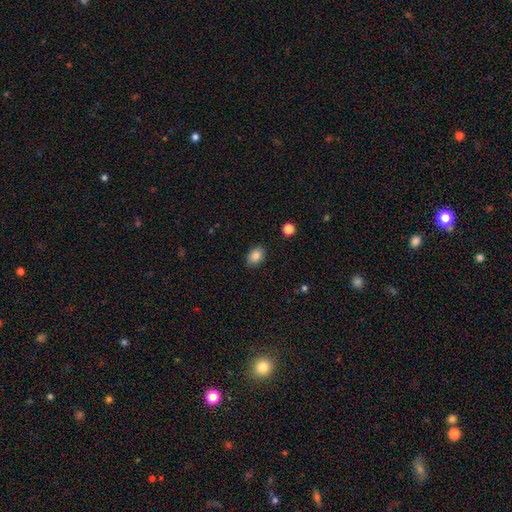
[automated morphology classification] smooth-or-featured: smooth: 86% | star or artifact: 9% | featured or disk: 5%
  how-rounded: in between: 79% | round: 19% | cigar-shaped: 1%
  merging: none: 87% | minor disturbance: 9% | major disturbance: 2% | merger: 1%